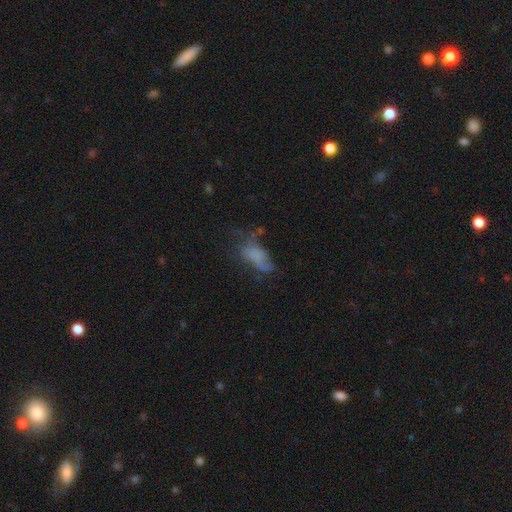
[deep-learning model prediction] A smooth galaxy with no disk features (55%) that is in between round and cigar-shaped (84%). Merging: major disturbance (39%).